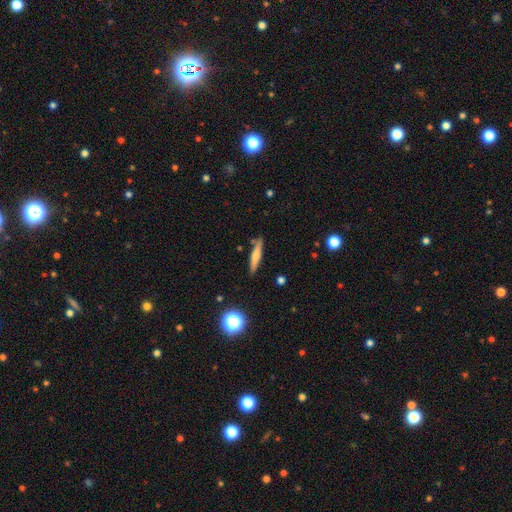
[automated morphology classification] smooth_or_featured: smooth (p=0.56) [alt: featured or disk p=0.36]
how_rounded: cigar-shaped (p=0.88) [alt: in between p=0.10]
merging: none (p=0.84) [alt: minor disturbance p=0.11]